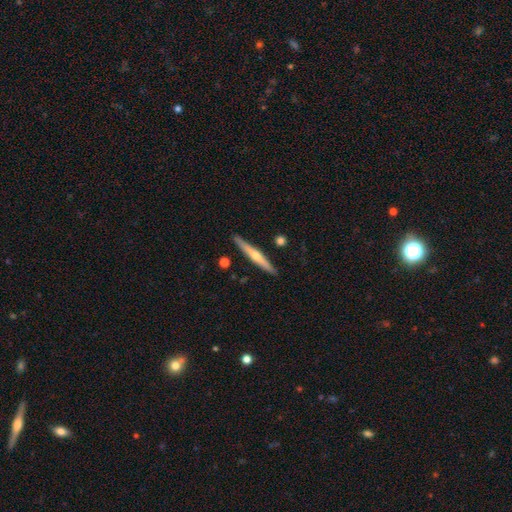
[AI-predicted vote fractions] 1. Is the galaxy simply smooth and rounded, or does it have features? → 57% featured or disk, 38% smooth, 5% star or artifact.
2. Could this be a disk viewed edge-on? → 97% yes, 3% no.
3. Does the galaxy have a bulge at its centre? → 73% rounded, 22% none, 5% boxy.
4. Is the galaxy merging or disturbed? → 89% none, 8% minor disturbance, 2% merger, 1% major disturbance.